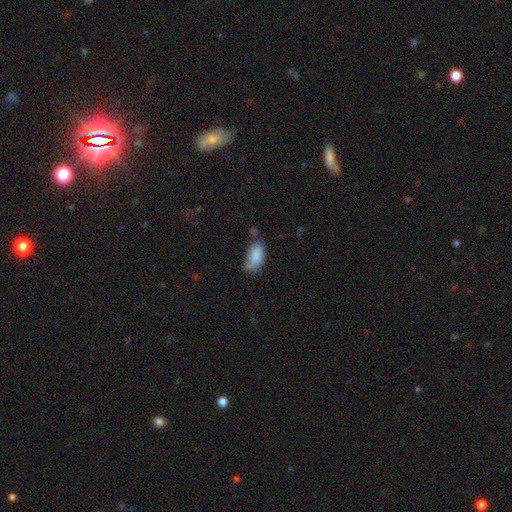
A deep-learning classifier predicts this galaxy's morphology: This is clearly a smooth galaxy (86%). How rounded: clearly in between (93%). Merging: possibly none (47%).